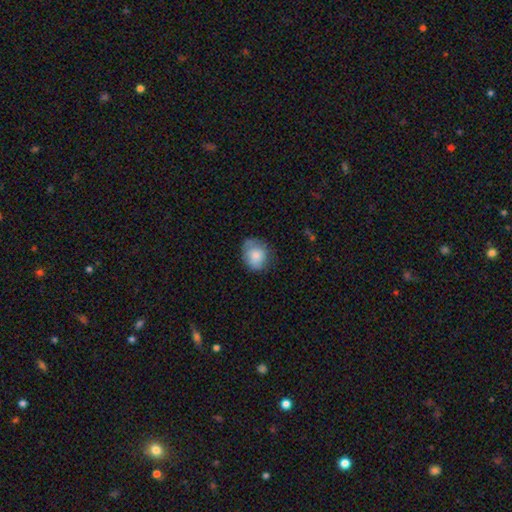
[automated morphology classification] Smooth or featured?
  - smooth: 76% *
  - featured or disk: 16%
  - star or artifact: 8%
How rounded?
  - round: 62% *
  - in between: 38%
  - cigar-shaped: 1%
Merging?
  - none: 62% *
  - minor disturbance: 28%
  - major disturbance: 8%
  - merger: 2%